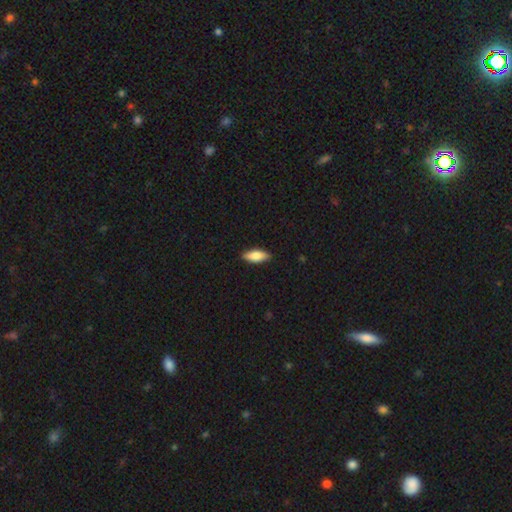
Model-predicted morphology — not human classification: The model was most divided on "how rounded": in between: 74%, cigar-shaped: 24%, round: 2%. More confident: merging — none (89%); smooth or featured — smooth (79%).